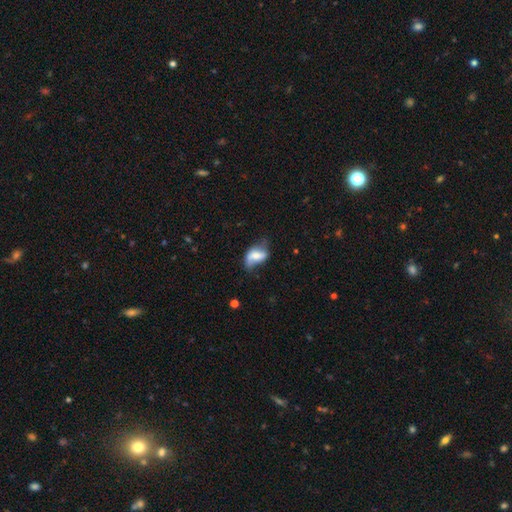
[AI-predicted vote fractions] Overall: smooth (46%; featured or disk 45%). Merging: none (43%; minor disturbance 34%).